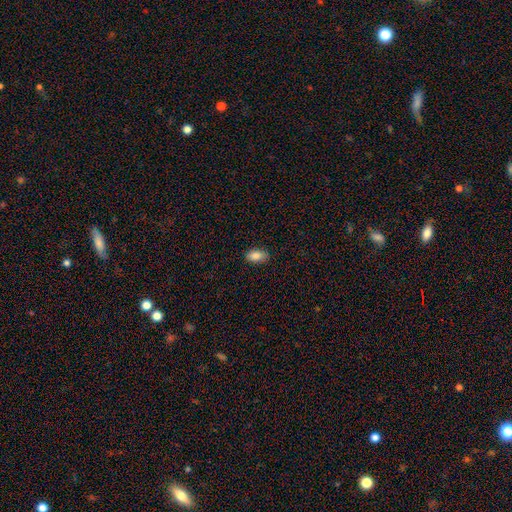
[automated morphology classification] Smooth or featured? Predicted: smooth (p=0.86). How rounded? Predicted: in between (p=0.91). Merging? Predicted: none (p=0.85).